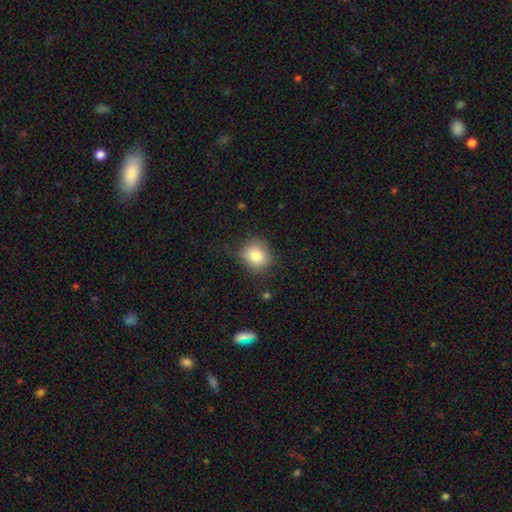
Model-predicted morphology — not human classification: smooth_or_featured: smooth (p=0.82) [alt: star or artifact p=0.10]
how_rounded: round (p=0.80) [alt: in between p=0.19]
merging: none (p=0.77) [alt: minor disturbance p=0.17]